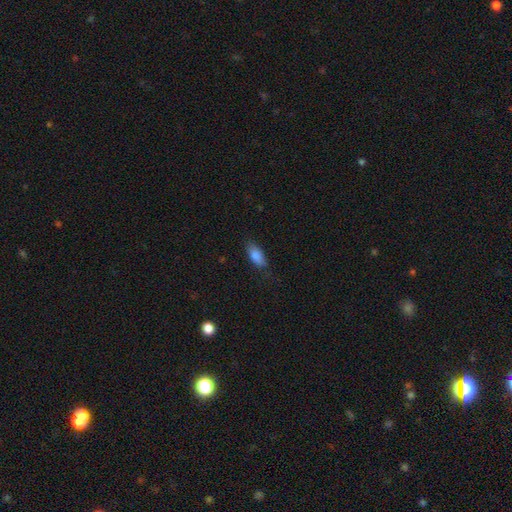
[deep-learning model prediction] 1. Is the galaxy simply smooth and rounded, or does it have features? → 84% smooth, 9% featured or disk, 7% star or artifact.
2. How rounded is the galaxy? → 84% in between, 14% cigar-shaped, 2% round.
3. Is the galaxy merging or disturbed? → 77% none, 18% minor disturbance, 4% major disturbance, 1% merger.